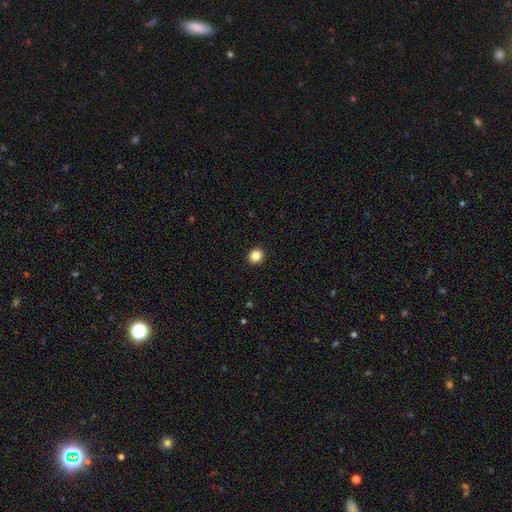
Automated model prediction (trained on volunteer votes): smooth 84%, star or artifact 11%, featured or disk 4%. Down the decision tree: how rounded — round (90%); merging — none (94%).